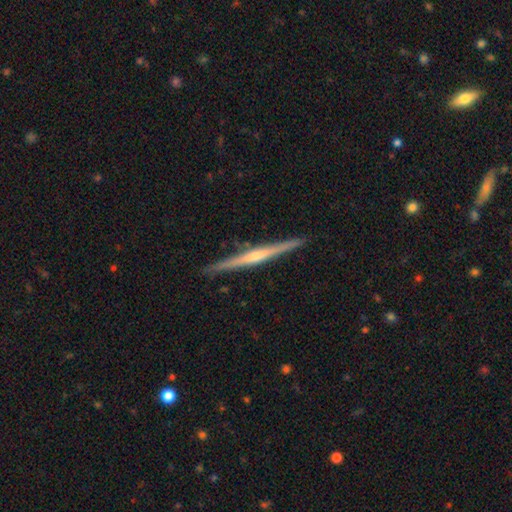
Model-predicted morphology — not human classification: A featured or disk galaxy (71%) viewed edge-on (98%) with a rounded central bulge (47%).

Vote fractions:
- Smooth or featured? featured or disk: 71% / smooth: 24% / star or artifact: 5%
- Edge-on disk? yes: 98% / no: 2%
- Edge-on bulge? rounded: 47% / none: 41% / boxy: 12%
- Merging? none: 89% / minor disturbance: 8% / major disturbance: 1% / merger: 1%